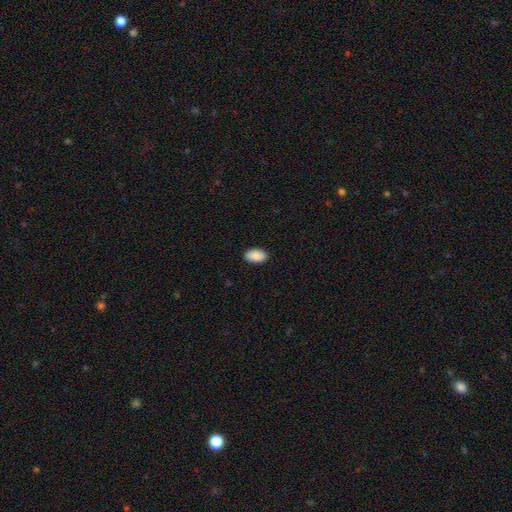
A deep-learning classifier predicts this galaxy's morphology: type=smooth (90%); roundness=in between (93%); merging=none (89%).